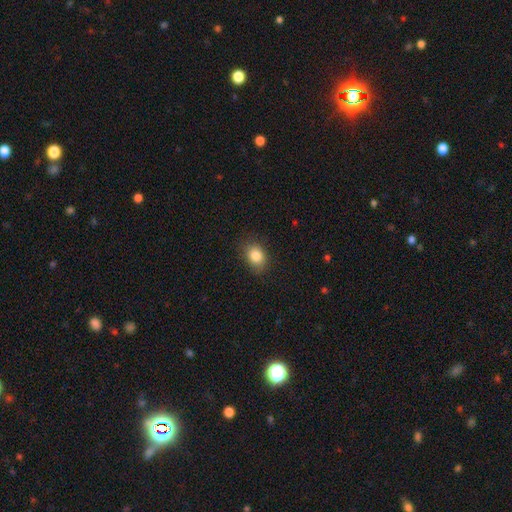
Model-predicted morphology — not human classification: The model was most divided on "how rounded": in between: 67%, round: 32%, cigar-shaped: 1%. More confident: smooth or featured — smooth (85%); merging — none (83%).